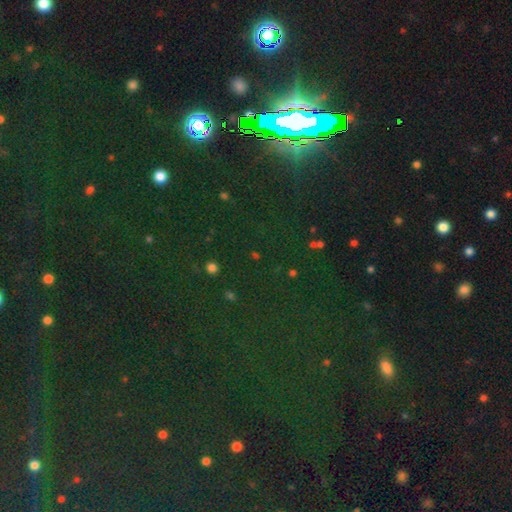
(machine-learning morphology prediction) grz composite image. It shows a star or artifact, not a galaxy (67%).